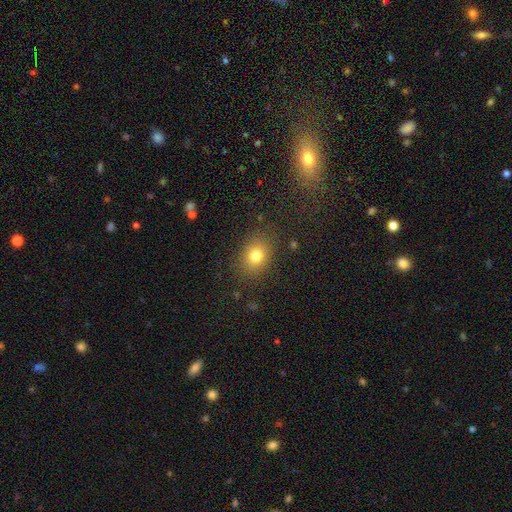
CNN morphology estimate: Smooth or featured? smooth (78%)
How rounded? in between (59%)
Merging? none (84%)